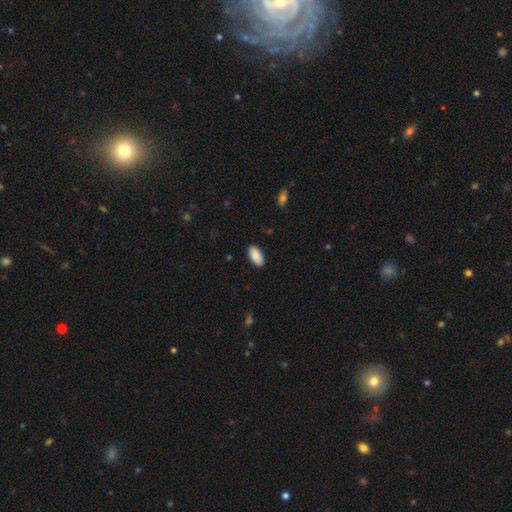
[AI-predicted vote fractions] smooth-or-featured: smooth: 88% | star or artifact: 6% | featured or disk: 6%
  how-rounded: in between: 92% | cigar-shaped: 6% | round: 2%
  merging: none: 89% | minor disturbance: 8% | major disturbance: 2% | merger: 1%